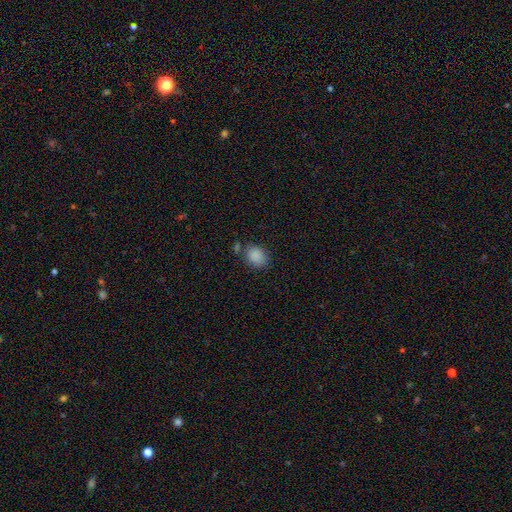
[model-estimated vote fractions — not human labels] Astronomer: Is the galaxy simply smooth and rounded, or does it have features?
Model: smooth — 87%.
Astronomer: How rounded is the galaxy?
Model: in between — 54% (runner-up: round, 45%).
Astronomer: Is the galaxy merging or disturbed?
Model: none — 71%.